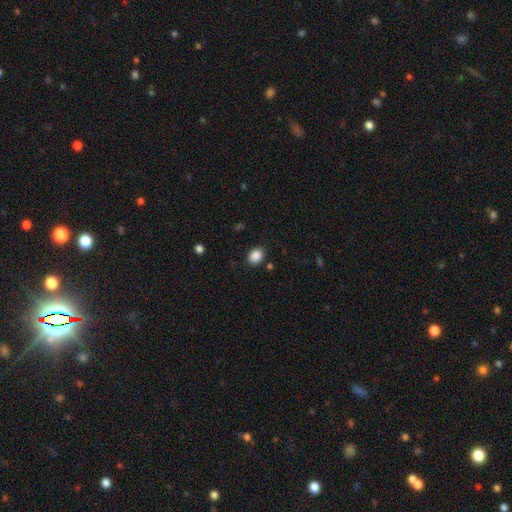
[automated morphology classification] A smooth galaxy with no disk features (88%) that is in between round and cigar-shaped (53%). Merging: none (86%).